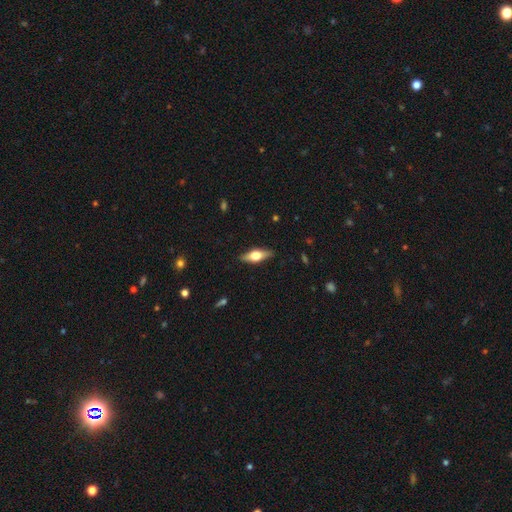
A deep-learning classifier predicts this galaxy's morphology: Smooth or featured? featured or disk (52%)
Edge-on disk? yes (91%)
Merging? none (87%)